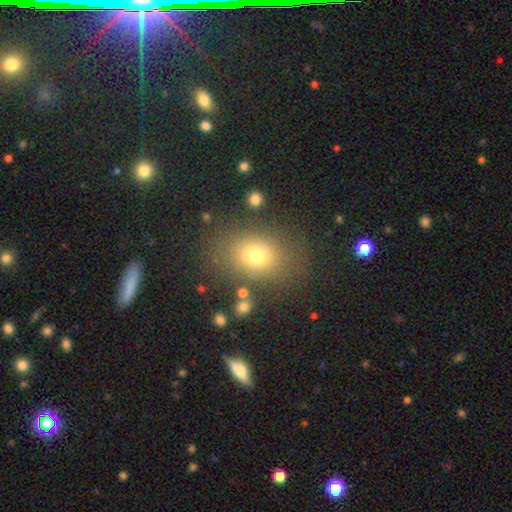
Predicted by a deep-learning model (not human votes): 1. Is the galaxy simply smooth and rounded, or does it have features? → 69% smooth, 19% star or artifact, 12% featured or disk.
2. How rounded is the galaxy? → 62% in between, 36% round, 2% cigar-shaped.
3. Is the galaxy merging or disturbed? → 82% none, 11% minor disturbance, 4% major disturbance, 3% merger.